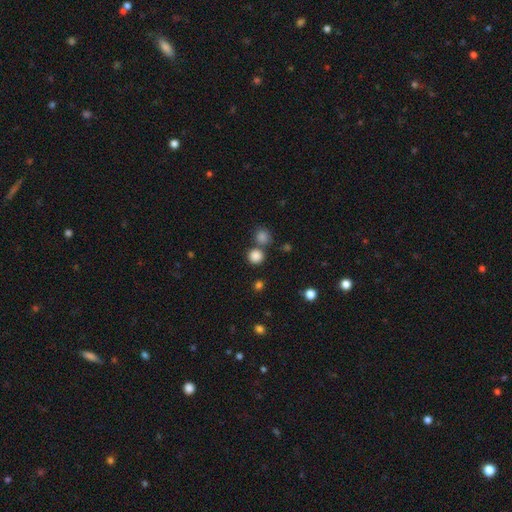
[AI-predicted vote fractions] Smooth or featured? Predicted: smooth (p=0.84). How rounded? Predicted: round (p=0.91). Merging? Predicted: none (p=0.71).